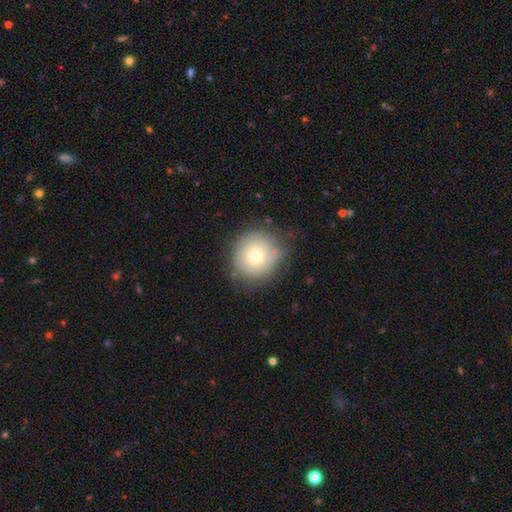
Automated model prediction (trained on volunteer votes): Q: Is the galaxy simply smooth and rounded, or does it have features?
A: smooth — 70%.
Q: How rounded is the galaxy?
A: round — 93%.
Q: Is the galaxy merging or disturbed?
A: none — 74%.